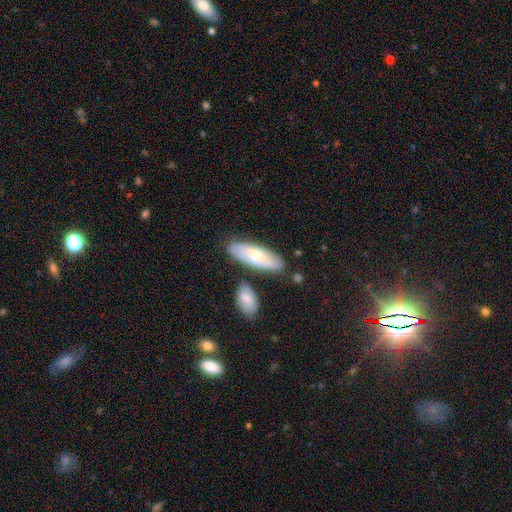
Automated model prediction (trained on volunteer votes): Smooth or featured: smooth — 59% (featured or disk — 35%)
How rounded: in between — 66% (cigar-shaped — 32%)
Merging: none — 75% (minor disturbance — 15%)